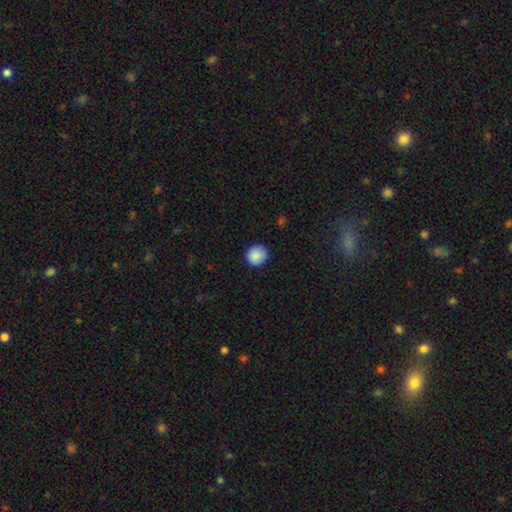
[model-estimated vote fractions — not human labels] A smooth galaxy with no disk features (89%) that is round (92%). Merging: none (88%).